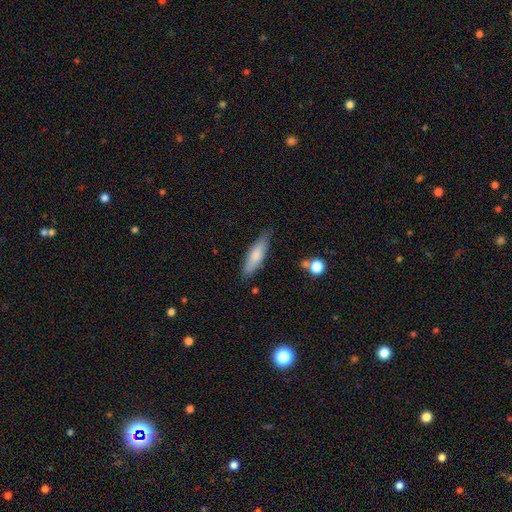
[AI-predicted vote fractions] smooth 77%, featured or disk 18%, star or artifact 6%. Down the decision tree: how rounded — cigar-shaped (62%); merging — none (75%).